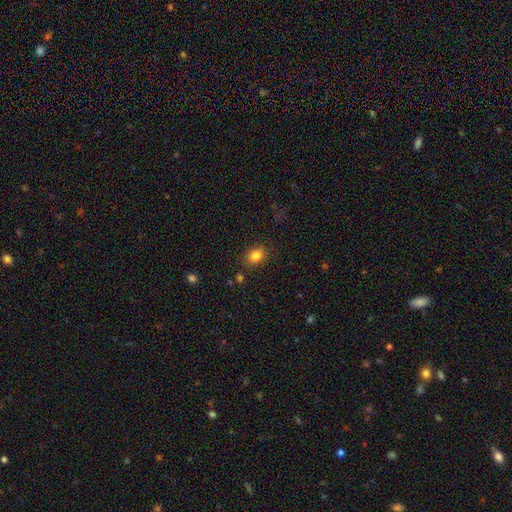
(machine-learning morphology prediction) Smooth or featured?
  - smooth: 83% *
  - star or artifact: 11%
  - featured or disk: 6%
How rounded?
  - in between: 61% *
  - round: 38%
  - cigar-shaped: 1%
Merging?
  - none: 82% *
  - minor disturbance: 12%
  - major disturbance: 3%
  - merger: 2%